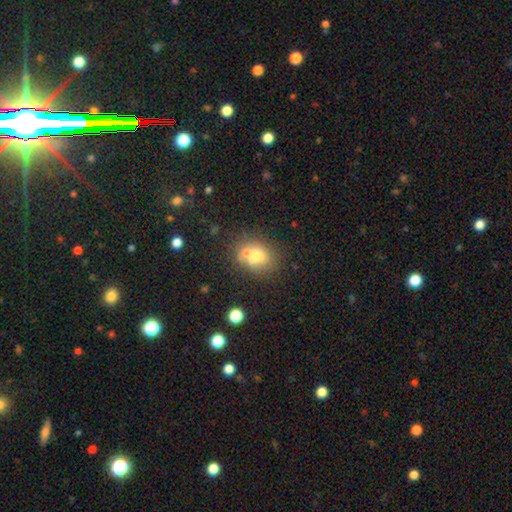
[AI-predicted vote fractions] The model was most divided on "merging": none: 43%, merger: 40%, minor disturbance: 12%, major disturbance: 5%. More confident: smooth or featured — smooth (65%); how rounded — round (60%).